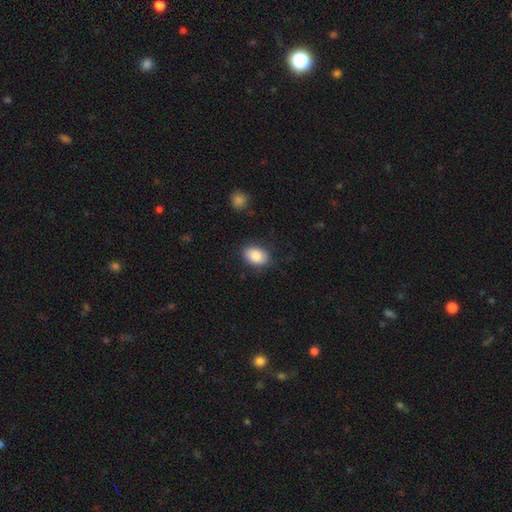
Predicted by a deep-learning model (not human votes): Smooth or featured: smooth — 87% (star or artifact — 7%)
How rounded: in between — 85% (round — 14%)
Merging: none — 83% (minor disturbance — 12%)